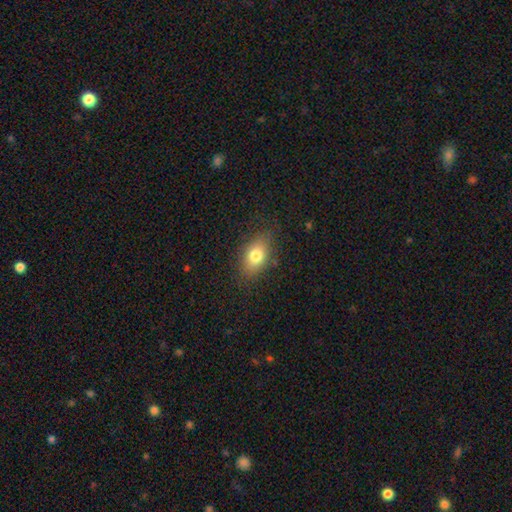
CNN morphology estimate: A smooth galaxy with no disk features (78%) that is in between round and cigar-shaped (84%). Merging: none (80%).